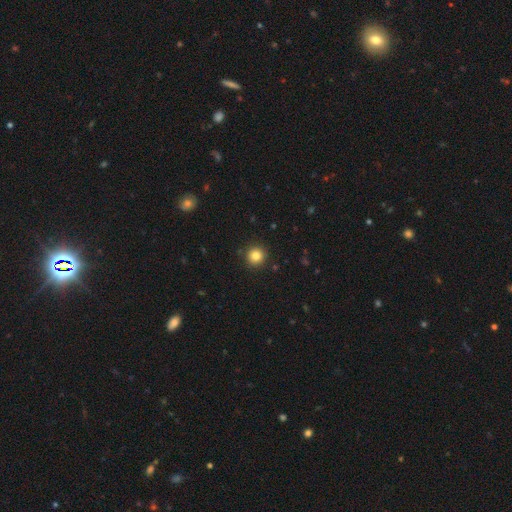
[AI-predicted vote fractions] Q: Smooth or featured?
A: smooth (84%); runner-up: star or artifact (11%)
Q: How rounded?
A: round (94%); runner-up: in between (5%)
Q: Merging?
A: none (92%); runner-up: minor disturbance (5%)